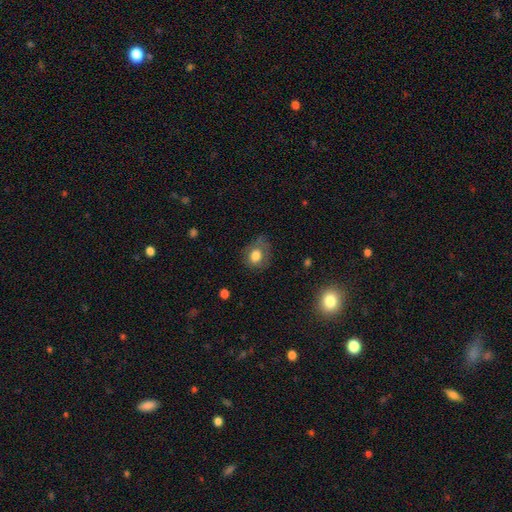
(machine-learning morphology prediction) smooth-or-featured: smooth: 74% | featured or disk: 17% | star or artifact: 9%
  how-rounded: round: 62% | in between: 37% | cigar-shaped: 1%
  merging: none: 56% | minor disturbance: 27% | major disturbance: 16% | merger: 2%